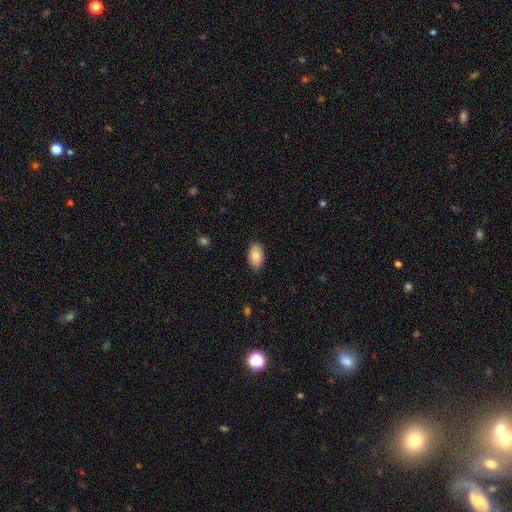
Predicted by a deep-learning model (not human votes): Overall: smooth (87%). How rounded: in between (94%). Merging: none (85%).